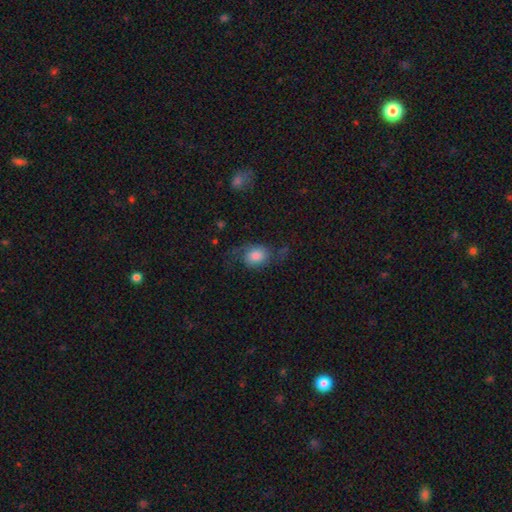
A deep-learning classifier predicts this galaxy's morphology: Q: Smooth or featured?
A: smooth (59%); runner-up: featured or disk (31%)
Q: How rounded?
A: in between (55%); runner-up: round (43%)
Q: Merging?
A: none (51%); runner-up: minor disturbance (25%)